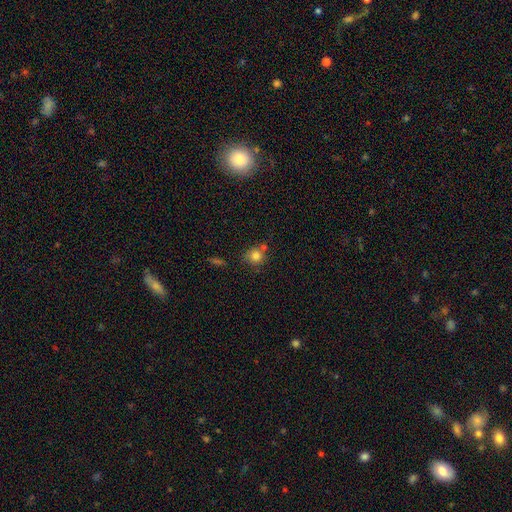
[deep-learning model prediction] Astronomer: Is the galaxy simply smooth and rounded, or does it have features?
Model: smooth — 80%.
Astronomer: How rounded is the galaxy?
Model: round — 85%.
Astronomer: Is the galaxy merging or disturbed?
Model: none — 61%.